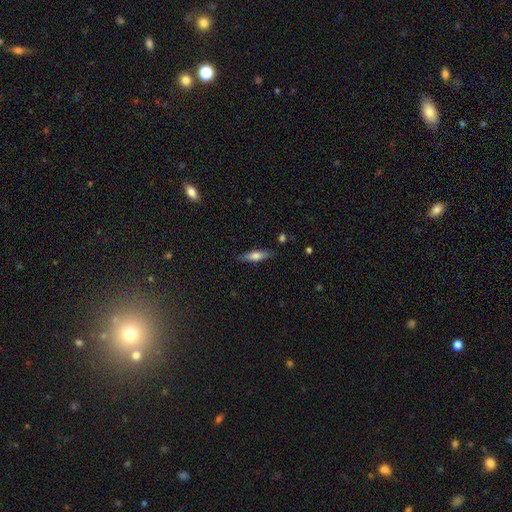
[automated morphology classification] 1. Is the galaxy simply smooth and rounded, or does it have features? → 66% smooth, 27% featured or disk, 7% star or artifact.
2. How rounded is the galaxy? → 60% cigar-shaped, 38% in between, 2% round.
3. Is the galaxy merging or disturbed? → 83% none, 12% minor disturbance, 3% major disturbance, 2% merger.